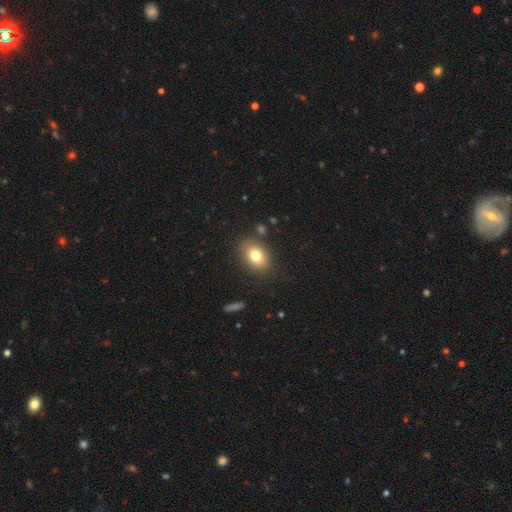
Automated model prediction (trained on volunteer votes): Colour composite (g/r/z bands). It shows a smooth galaxy with no disk features (78%) that is in between round and cigar-shaped (77%). Merging: none (82%).